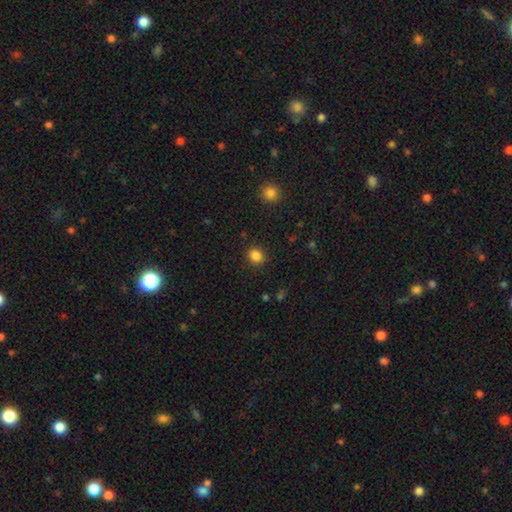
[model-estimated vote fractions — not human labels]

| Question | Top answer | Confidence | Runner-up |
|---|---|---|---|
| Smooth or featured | smooth | 85% | star or artifact (11%) |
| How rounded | round | 70% | in between (29%) |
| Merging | none | 89% | minor disturbance (7%) |